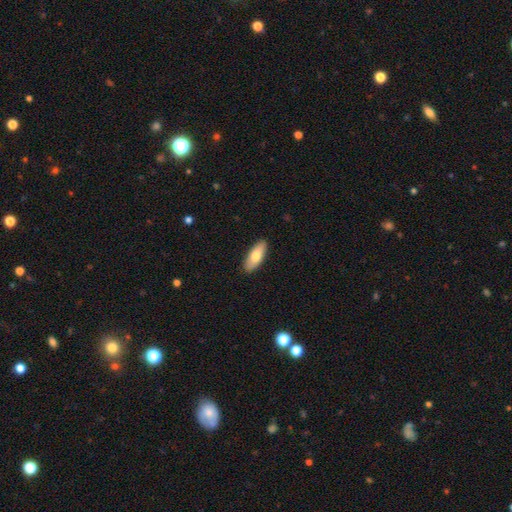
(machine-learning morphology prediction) This appears to be a smooth galaxy with no disk features (75%) that is in between round and cigar-shaped (76%). Merging: none (90%).